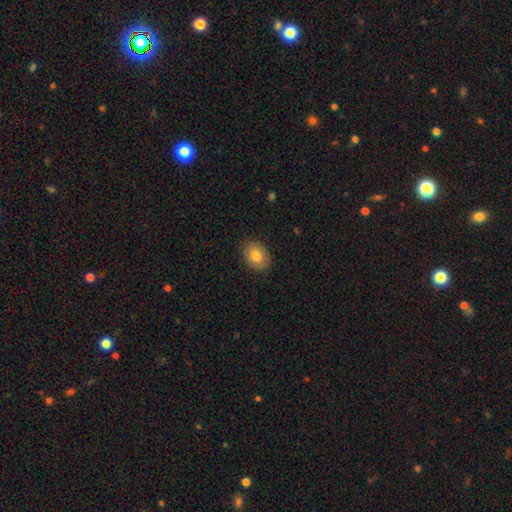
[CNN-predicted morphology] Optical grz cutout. It shows a smooth galaxy with no disk features (80%) that is in between round and cigar-shaped (64%). Merging: none (85%).